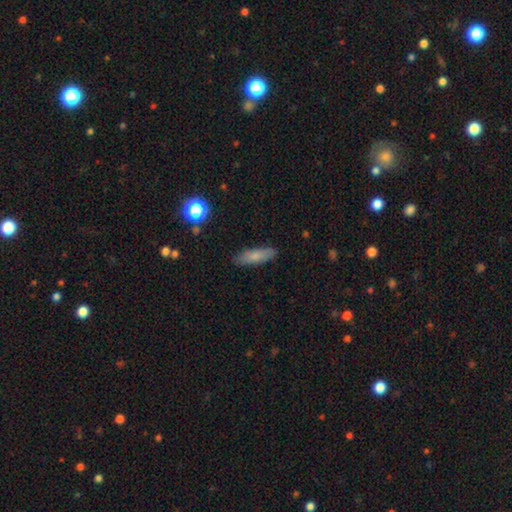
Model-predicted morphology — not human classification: Smooth or featured?
  - smooth: 76% *
  - featured or disk: 16%
  - star or artifact: 8%
How rounded?
  - cigar-shaped: 60% *
  - in between: 37%
  - round: 2%
Merging?
  - none: 86% *
  - minor disturbance: 11%
  - major disturbance: 2%
  - merger: 1%